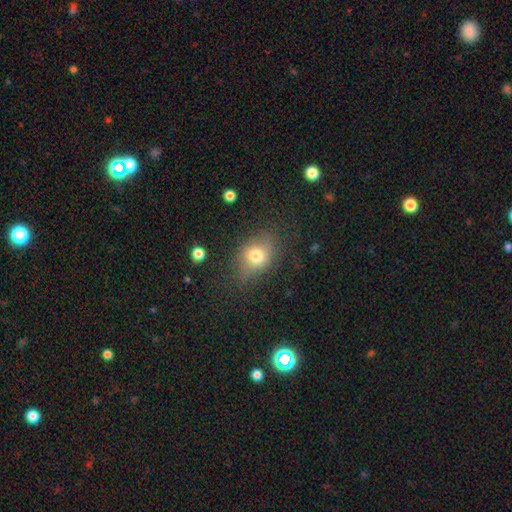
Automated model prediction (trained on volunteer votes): Morphology: type=smooth (71%); roundness=in between (57%); merging=none (66%).